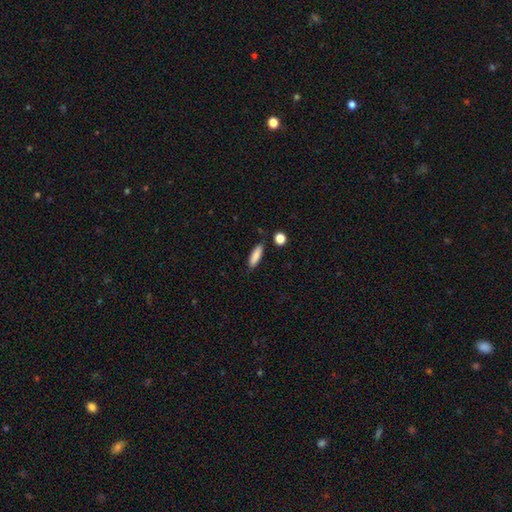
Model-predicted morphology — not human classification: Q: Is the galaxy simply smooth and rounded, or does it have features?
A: smooth — 85%.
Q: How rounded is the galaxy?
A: cigar-shaped — 57%.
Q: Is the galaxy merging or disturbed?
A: none — 83%.